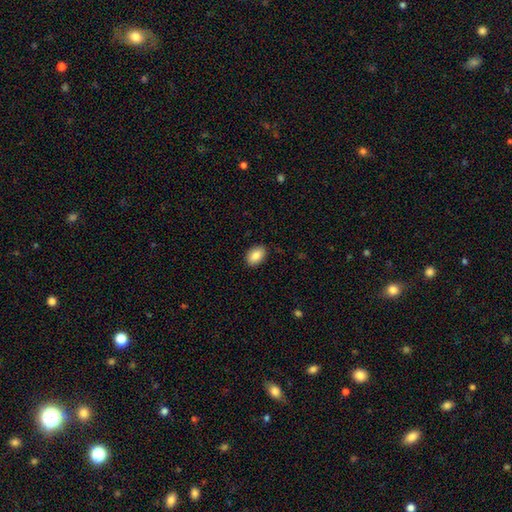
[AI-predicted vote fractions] Smooth or featured? Predicted: smooth (p=0.85). How rounded? Predicted: in between (p=0.87). Merging? Predicted: none (p=0.89).